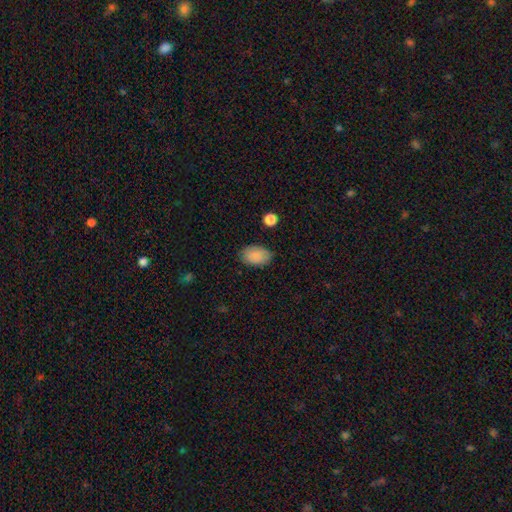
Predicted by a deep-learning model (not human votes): smooth-or-featured: smooth: 88% | star or artifact: 7% | featured or disk: 4%
  how-rounded: in between: 89% | round: 9% | cigar-shaped: 1%
  merging: none: 82% | minor disturbance: 13% | major disturbance: 3% | merger: 1%